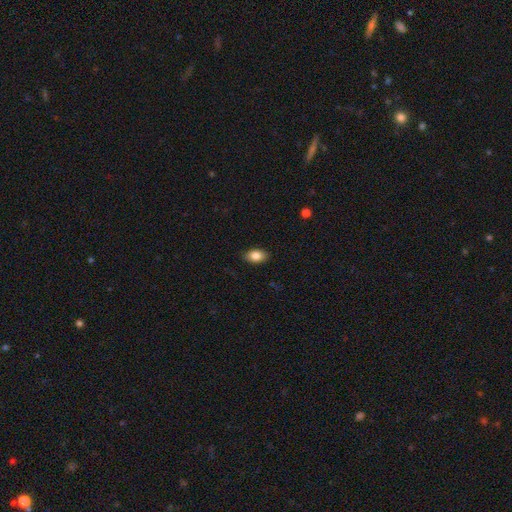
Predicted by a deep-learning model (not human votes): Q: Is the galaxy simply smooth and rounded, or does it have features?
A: smooth — 85%.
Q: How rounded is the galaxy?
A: in between — 90%.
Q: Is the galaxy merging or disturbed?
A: none — 88%.